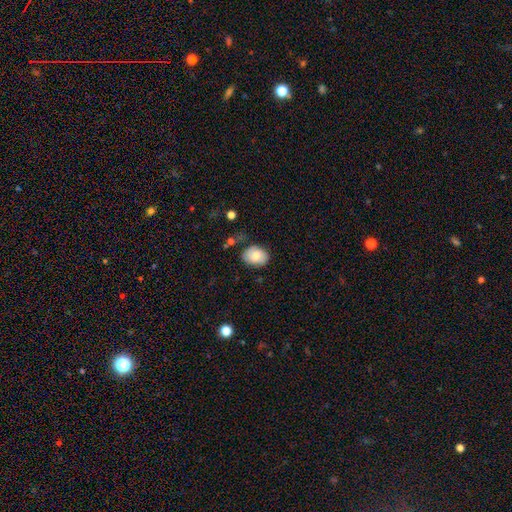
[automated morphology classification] type=smooth (74%); roundness=in between (67%); merging=none (68%).